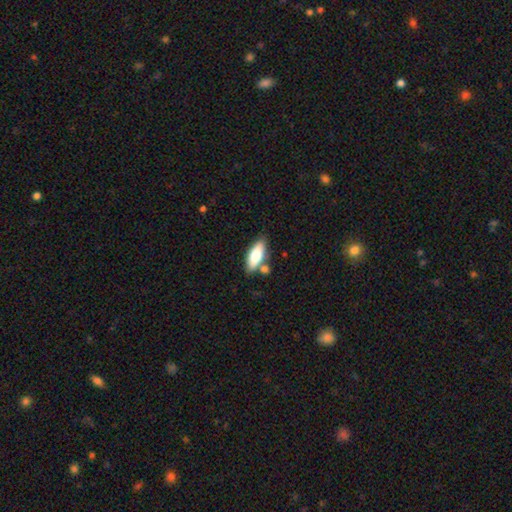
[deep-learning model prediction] Morphology: type=smooth (72%); roundness=in between (73%); merging=none (69%).